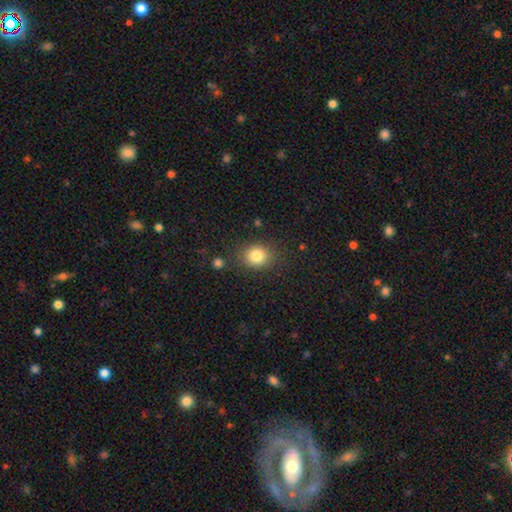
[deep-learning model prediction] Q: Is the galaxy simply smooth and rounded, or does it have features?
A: smooth — 83%.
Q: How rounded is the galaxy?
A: round — 68%.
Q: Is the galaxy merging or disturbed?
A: none — 82%.